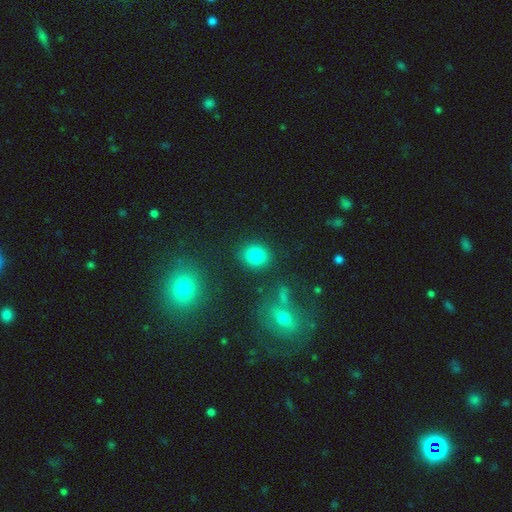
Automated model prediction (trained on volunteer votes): smooth_or_featured: smooth (p=0.81) [alt: star or artifact p=0.13]
how_rounded: round (p=0.71) [alt: in between p=0.27]
merging: none (p=0.84) [alt: minor disturbance p=0.09]